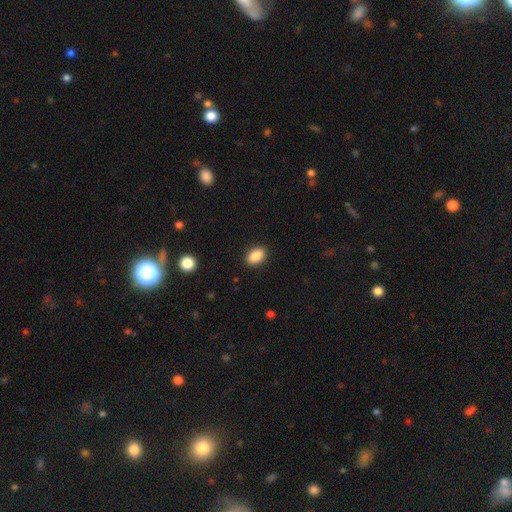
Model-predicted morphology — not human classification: smooth_or_featured: smooth (p=0.88) [alt: star or artifact p=0.08]
how_rounded: in between (p=0.84) [alt: round p=0.14]
merging: none (p=0.89) [alt: minor disturbance p=0.08]